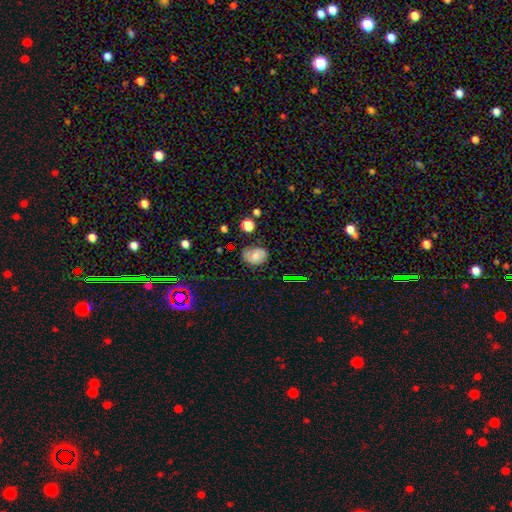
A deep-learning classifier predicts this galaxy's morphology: Smooth or featured?
  - smooth: 56% *
  - featured or disk: 32%
  - star or artifact: 12%
How rounded?
  - in between: 66% *
  - round: 33%
  - cigar-shaped: 1%
Merging?
  - none: 63% *
  - minor disturbance: 27%
  - major disturbance: 8%
  - merger: 2%